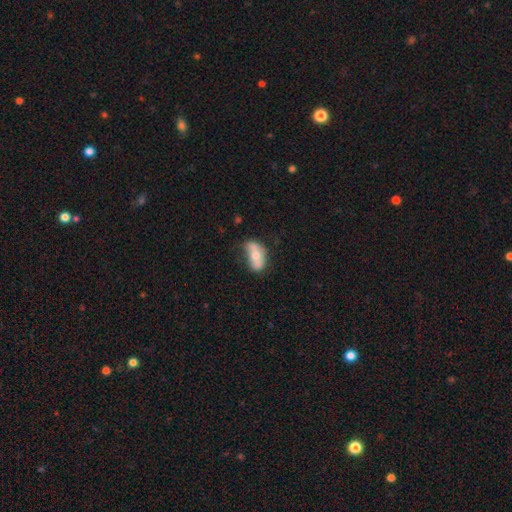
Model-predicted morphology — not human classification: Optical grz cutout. It shows a smooth galaxy with no disk features (53%) that is in between round and cigar-shaped (88%). Merging: none (49%).